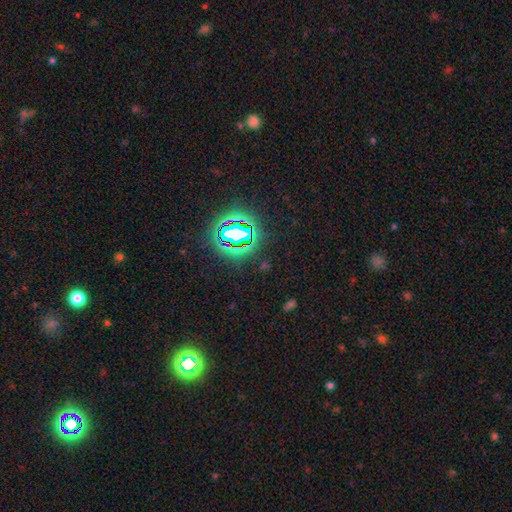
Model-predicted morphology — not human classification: A star or artifact, not a galaxy (80%).